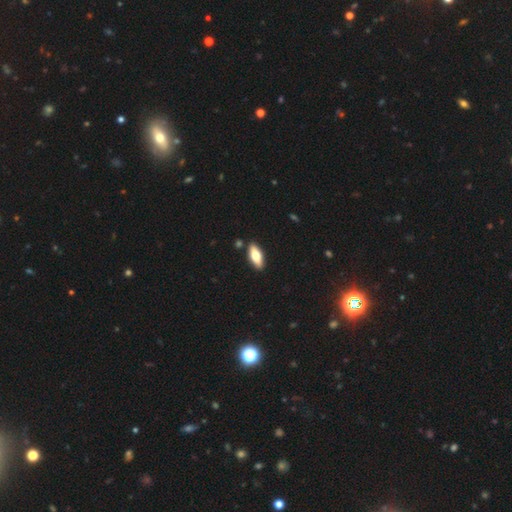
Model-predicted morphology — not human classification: type=smooth (63%); roundness=in between (74%); merging=none (88%).